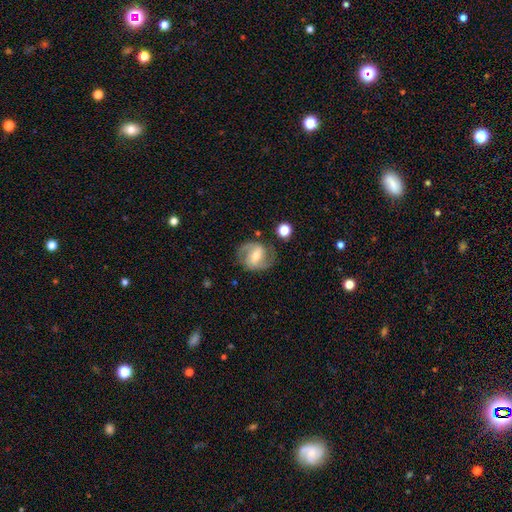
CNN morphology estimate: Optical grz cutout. It shows a featured or disk galaxy (79%) with a weak bar (44%), 2 (89%) medium (53%) spiral arms (93%) and a moderate central bulge (54%). Merging: none (78%).